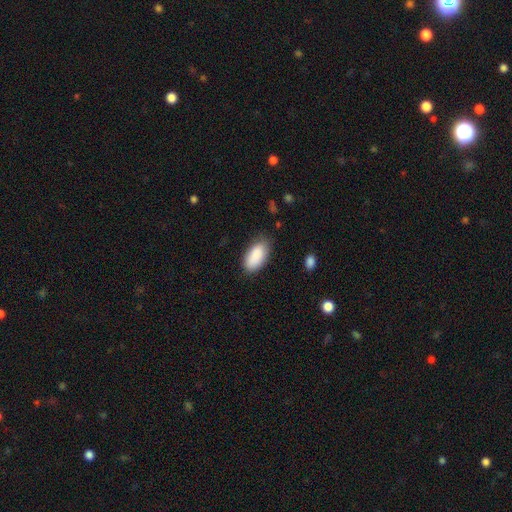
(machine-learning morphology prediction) smooth-or-featured: smooth: 89% | star or artifact: 6% | featured or disk: 5%
  how-rounded: in between: 95% | cigar-shaped: 3% | round: 2%
  merging: none: 78% | minor disturbance: 17% | major disturbance: 4% | merger: 1%